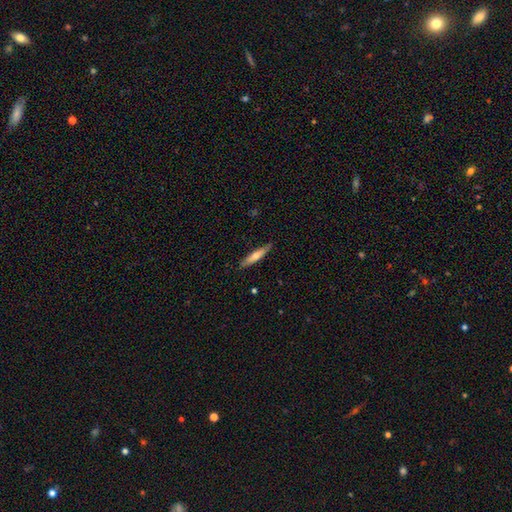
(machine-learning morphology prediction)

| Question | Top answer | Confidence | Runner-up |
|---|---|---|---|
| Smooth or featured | smooth | 52% | featured or disk (42%) |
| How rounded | cigar-shaped | 89% | in between (10%) |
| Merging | none | 88% | minor disturbance (10%) |